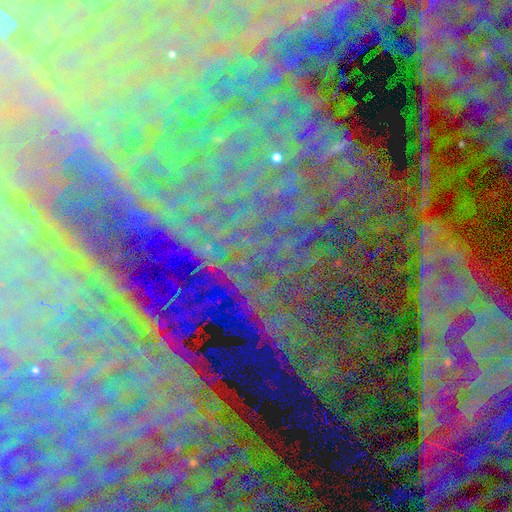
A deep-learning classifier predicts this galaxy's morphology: smooth_or_featured: star or artifact (p=0.82) [alt: featured or disk p=0.10]